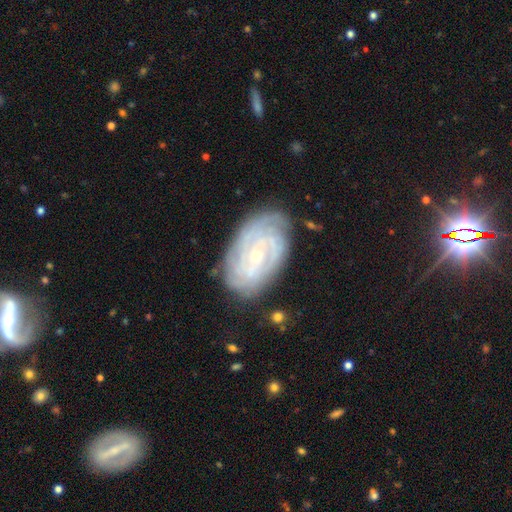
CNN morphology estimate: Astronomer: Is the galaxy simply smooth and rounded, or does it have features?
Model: featured or disk — 83%.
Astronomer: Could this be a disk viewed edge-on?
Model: no — 96%.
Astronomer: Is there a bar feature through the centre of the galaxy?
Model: no — 61%.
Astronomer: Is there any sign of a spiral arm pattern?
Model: yes — 95%.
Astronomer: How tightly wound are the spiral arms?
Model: tight — 78%.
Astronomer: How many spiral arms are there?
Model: can't tell — 37% (runner-up: 4, 18%).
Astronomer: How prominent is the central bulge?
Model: small — 72%.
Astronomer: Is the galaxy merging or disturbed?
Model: none — 76%.